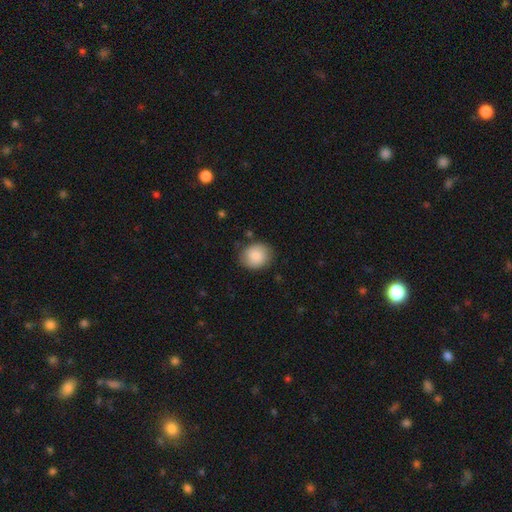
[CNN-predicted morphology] smooth 85%, featured or disk 8%, star or artifact 7%. Down the decision tree: how rounded — round (70%); merging — none (81%).